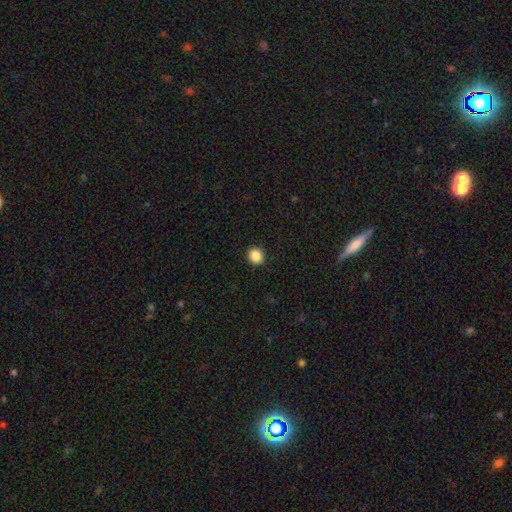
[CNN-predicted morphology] Smooth or featured? smooth (87%)
How rounded? round (82%)
Merging? none (91%)